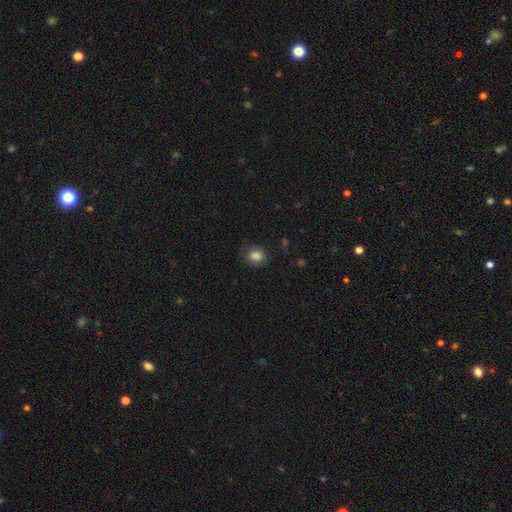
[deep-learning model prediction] Smooth or featured: smooth — 86% (star or artifact — 10%)
How rounded: round — 64% (in between — 35%)
Merging: none — 84% (minor disturbance — 12%)